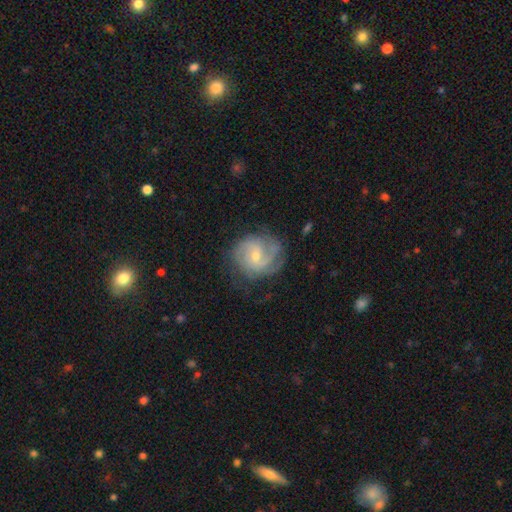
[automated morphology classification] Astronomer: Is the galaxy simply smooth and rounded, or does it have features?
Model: featured or disk — 80%.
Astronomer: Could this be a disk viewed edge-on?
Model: no — 98%.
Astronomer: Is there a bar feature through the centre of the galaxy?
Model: no — 52% (runner-up: weak, 40%).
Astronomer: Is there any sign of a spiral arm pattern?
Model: yes — 94%.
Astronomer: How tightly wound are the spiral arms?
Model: tight — 50% (runner-up: medium, 38%).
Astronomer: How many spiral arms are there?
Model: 2 — 41% (runner-up: can't tell, 25%).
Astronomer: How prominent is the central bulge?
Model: small — 59% (runner-up: moderate, 37%).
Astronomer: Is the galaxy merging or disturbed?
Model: none — 69%.